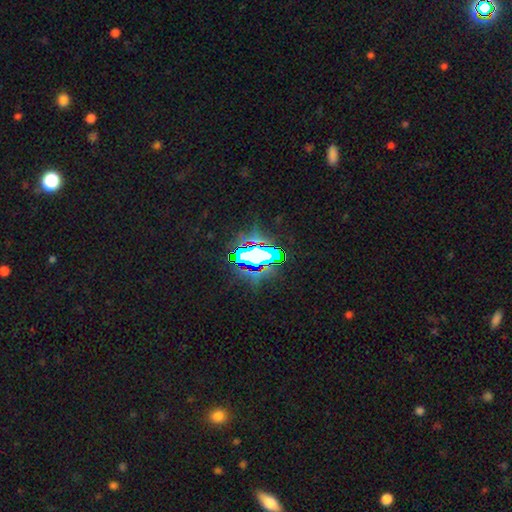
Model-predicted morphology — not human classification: smooth-or-featured: star or artifact: 65% | smooth: 18% | featured or disk: 17%